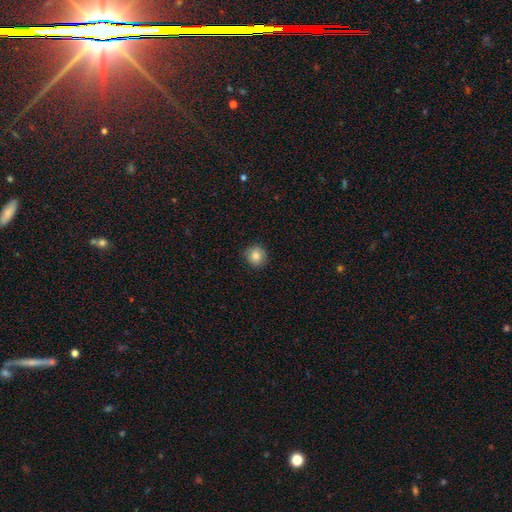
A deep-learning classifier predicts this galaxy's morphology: Smooth or featured? Predicted: smooth (p=0.84). How rounded? Predicted: round (p=0.88). Merging? Predicted: none (p=0.85).